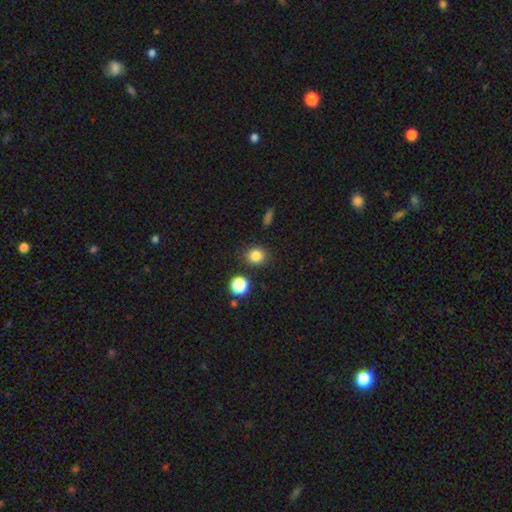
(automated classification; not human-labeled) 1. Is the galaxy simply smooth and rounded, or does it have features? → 83% smooth, 12% star or artifact, 5% featured or disk.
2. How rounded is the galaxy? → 82% round, 17% in between, 1% cigar-shaped.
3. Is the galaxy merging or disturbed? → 86% none, 8% minor disturbance, 4% merger, 3% major disturbance.